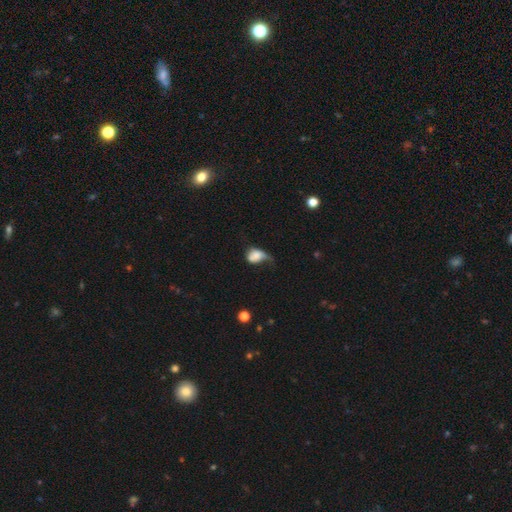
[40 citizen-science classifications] smooth 65%, featured or disk 22%, star or artifact 12%. Down the decision tree: how rounded — in between (69%); merging — minor disturbance (40%, tied with major disturbance).